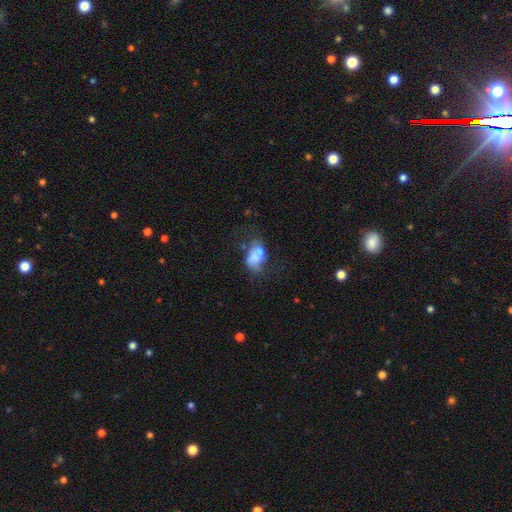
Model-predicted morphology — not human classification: Smooth or featured? smooth (55%)
How rounded? in between (85%)
Merging? none (30%)